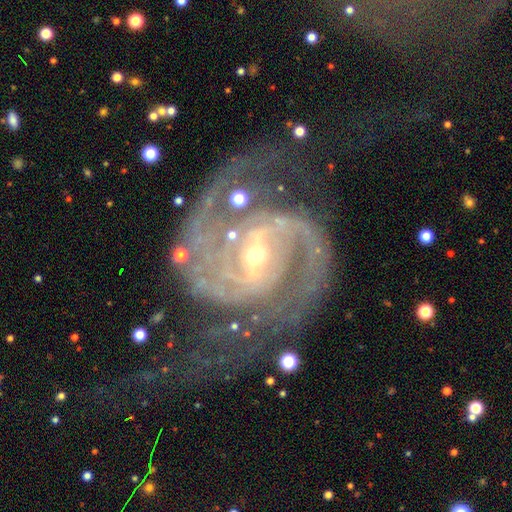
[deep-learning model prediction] Smooth or featured? Predicted: featured or disk (p=0.92). Edge-on disk? Predicted: no (p=0.98). Bar? Predicted: strong (p=0.46). Spiral arms? Predicted: yes (p=0.98). Spiral winding? Predicted: medium (p=0.47). Spiral arm count? Predicted: 2 (p=0.67). Bulge size? Predicted: small (p=0.59). Merging? Predicted: none (p=0.59).